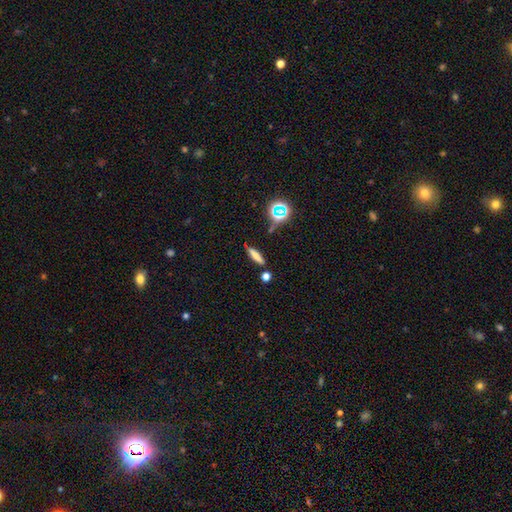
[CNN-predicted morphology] Smooth or featured?
  - smooth: 63% *
  - featured or disk: 23%
  - star or artifact: 14%
How rounded?
  - cigar-shaped: 75% *
  - in between: 21%
  - round: 5%
Merging?
  - none: 79% *
  - minor disturbance: 12%
  - merger: 6%
  - major disturbance: 3%